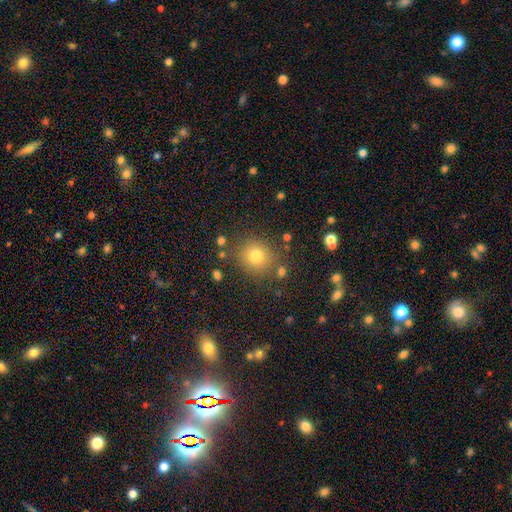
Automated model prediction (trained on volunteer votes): smooth 76%, star or artifact 16%, featured or disk 8%. Down the decision tree: how rounded — round (86%); merging — none (82%).